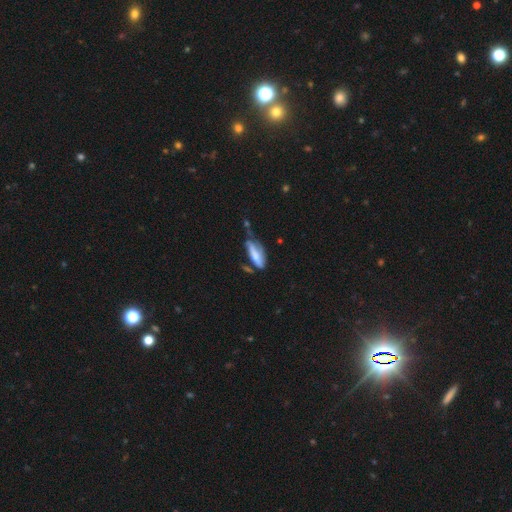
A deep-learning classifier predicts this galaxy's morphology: This appears to be a smooth galaxy with no disk features (54%) that is in between round and cigar-shaped (62%). Merging: none (31%, tied with minor disturbance).